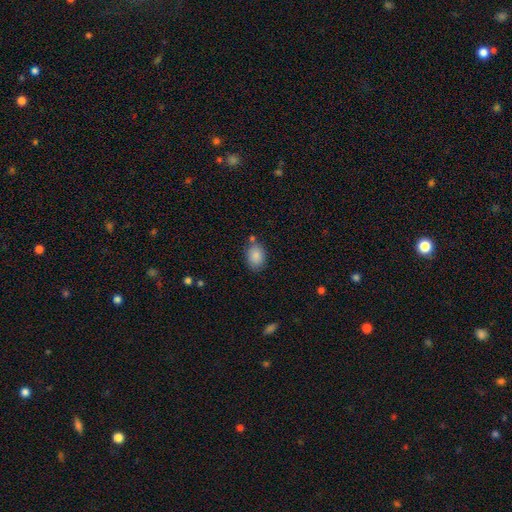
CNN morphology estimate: type=smooth (87%); roundness=in between (73%); merging=none (75%).